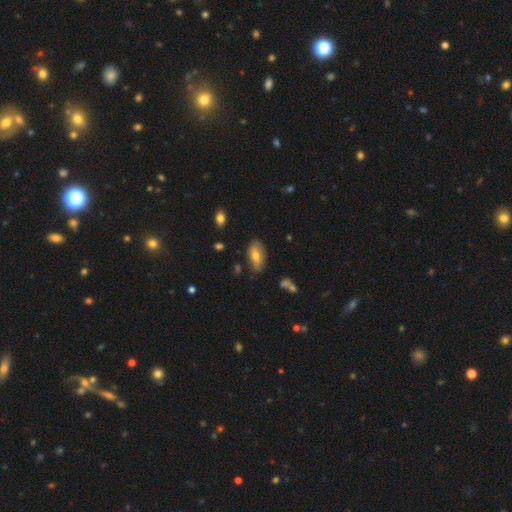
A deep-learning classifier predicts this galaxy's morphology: type=smooth (66%); roundness=in between (88%); merging=none (73%).